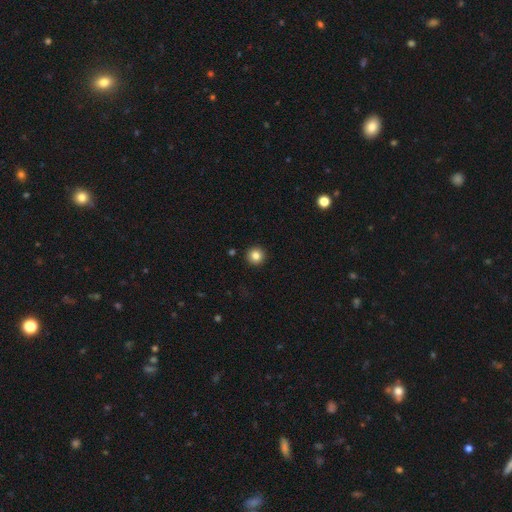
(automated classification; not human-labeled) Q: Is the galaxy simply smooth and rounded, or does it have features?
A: smooth — 83%.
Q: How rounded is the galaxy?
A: round — 95%.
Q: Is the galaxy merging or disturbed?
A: none — 93%.